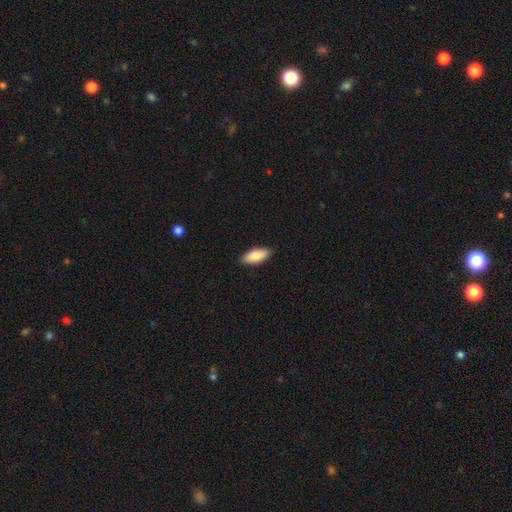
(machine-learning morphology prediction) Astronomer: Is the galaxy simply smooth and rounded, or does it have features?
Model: smooth — 86%.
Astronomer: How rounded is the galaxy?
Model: in between — 81%.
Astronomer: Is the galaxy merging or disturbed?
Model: none — 89%.